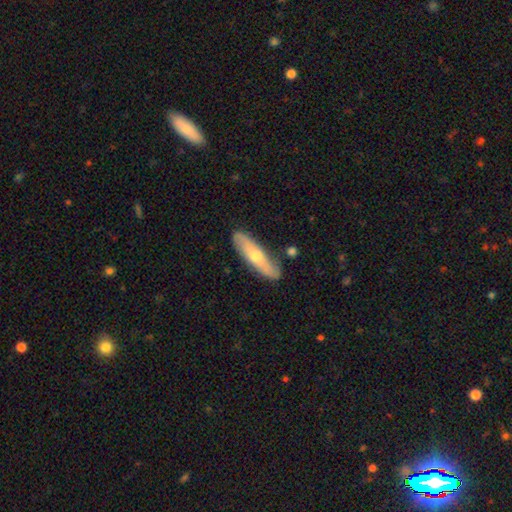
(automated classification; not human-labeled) smooth 51%, featured or disk 44%, star or artifact 6%. Down the decision tree: how rounded — cigar-shaped (68%); merging — none (83%).